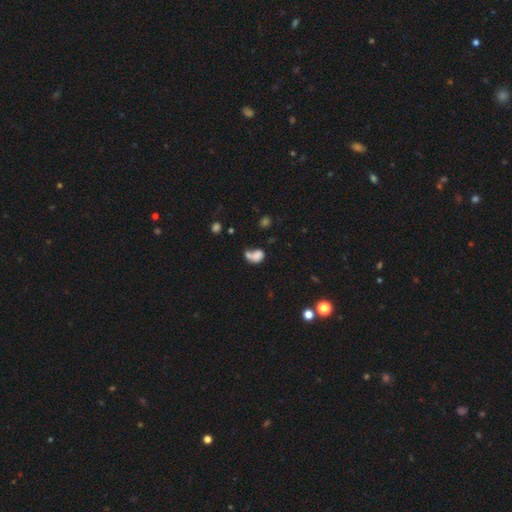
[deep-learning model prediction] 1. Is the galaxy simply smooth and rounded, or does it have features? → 73% smooth, 15% featured or disk, 12% star or artifact.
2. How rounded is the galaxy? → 69% in between, 29% round, 2% cigar-shaped.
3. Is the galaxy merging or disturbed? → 50% merger, 24% none, 13% major disturbance, 12% minor disturbance.